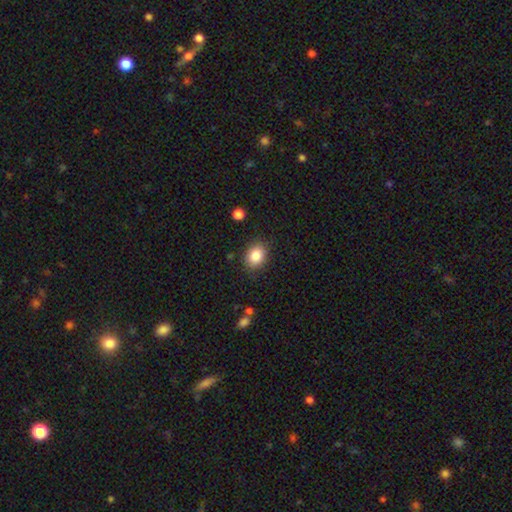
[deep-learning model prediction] smooth-or-featured: smooth: 85% | star or artifact: 9% | featured or disk: 7%
  how-rounded: in between: 59% | round: 40% | cigar-shaped: 1%
  merging: none: 85% | minor disturbance: 11% | major disturbance: 3% | merger: 2%